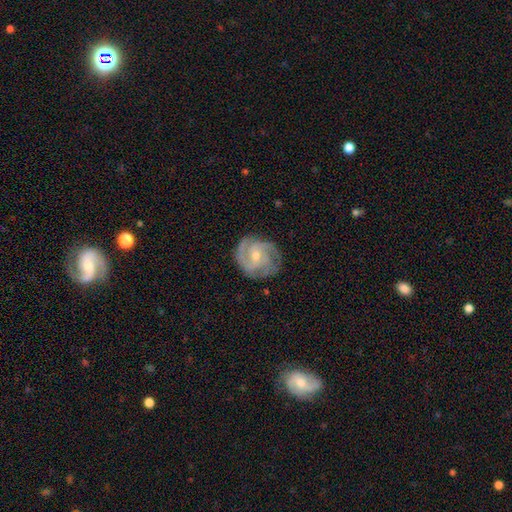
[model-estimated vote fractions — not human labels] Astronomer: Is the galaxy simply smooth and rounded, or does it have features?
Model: featured or disk — 87%.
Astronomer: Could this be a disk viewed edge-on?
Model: no — 98%.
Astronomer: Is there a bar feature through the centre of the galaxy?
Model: no — 54% (runner-up: weak, 39%).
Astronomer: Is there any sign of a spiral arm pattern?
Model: yes — 97%.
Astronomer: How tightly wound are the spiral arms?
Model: tight — 52% (runner-up: medium, 40%).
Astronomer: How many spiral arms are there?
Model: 3 — 55%.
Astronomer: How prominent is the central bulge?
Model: small — 50% (runner-up: moderate, 46%).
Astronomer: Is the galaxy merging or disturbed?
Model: none — 77%.